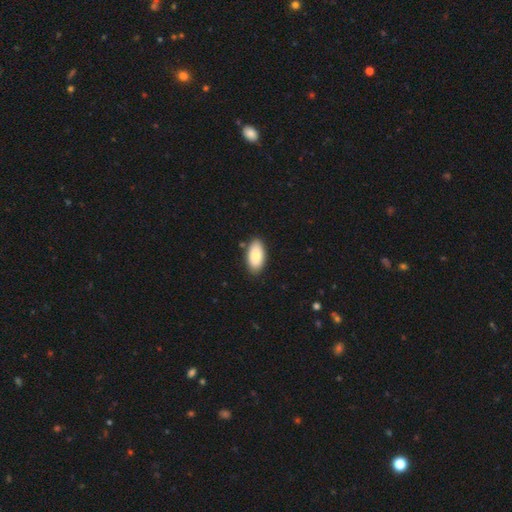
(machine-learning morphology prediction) type=smooth (82%); roundness=in between (94%); merging=none (85%).